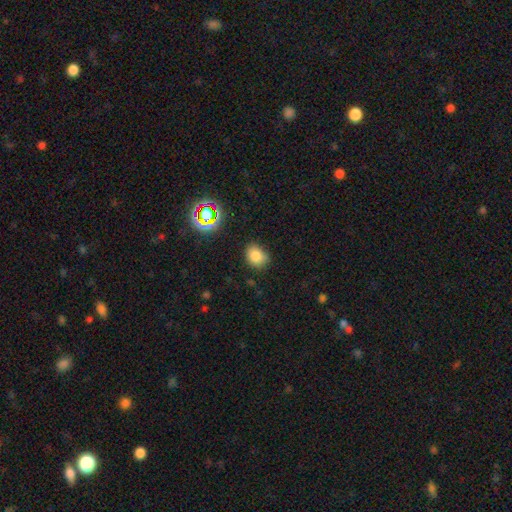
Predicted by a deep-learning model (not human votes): A smooth galaxy with no disk features (79%) that is in between round and cigar-shaped (51%). Merging: none (77%).